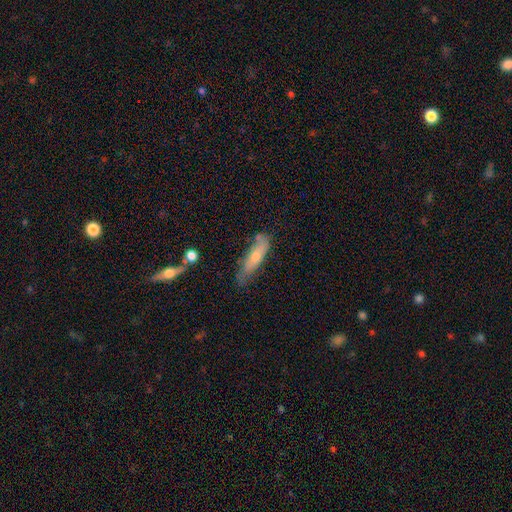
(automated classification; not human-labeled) smooth_or_featured: smooth (p=0.59) [alt: featured or disk p=0.34]
how_rounded: cigar-shaped (p=0.65) [alt: in between p=0.33]
merging: none (p=0.56) [alt: minor disturbance p=0.30]